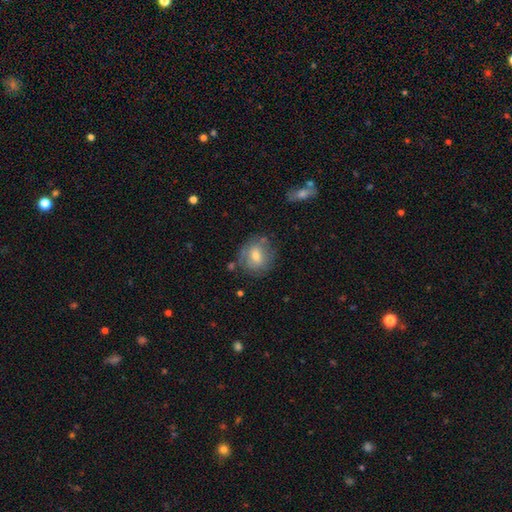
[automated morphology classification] A smooth galaxy with no disk features (64%) that is round (72%).

Vote fractions:
- Smooth or featured? smooth: 64% / featured or disk: 28% / star or artifact: 8%
- How rounded? round: 72% / in between: 27% / cigar-shaped: 1%
- Merging? none: 66% / minor disturbance: 21% / major disturbance: 8% / merger: 5%